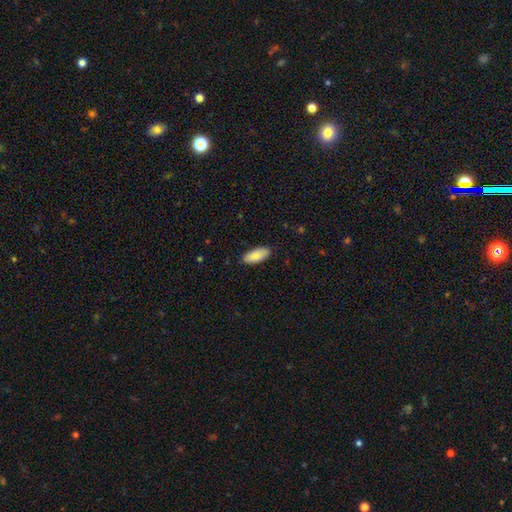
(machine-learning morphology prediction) smooth-or-featured: smooth: 88% | featured or disk: 6% | star or artifact: 6%
  how-rounded: in between: 89% | cigar-shaped: 10% | round: 2%
  merging: none: 86% | minor disturbance: 11% | major disturbance: 2% | merger: 1%